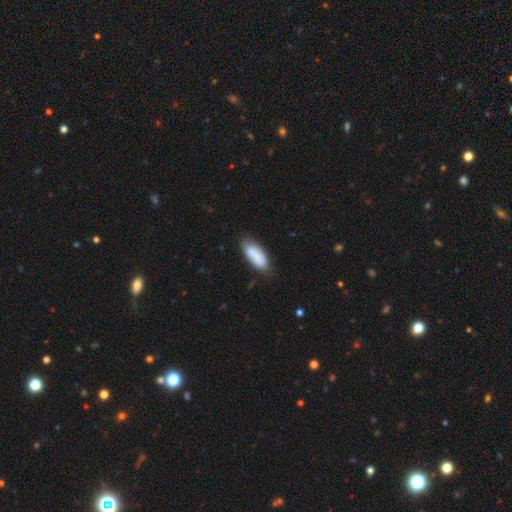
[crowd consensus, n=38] Q: Smooth or featured?
A: smooth (84%); runner-up: featured or disk (16%)
Q: How rounded?
A: in between (81%); runner-up: cigar-shaped (19%)
Q: Merging?
A: none (61%); runner-up: minor disturbance (29%)